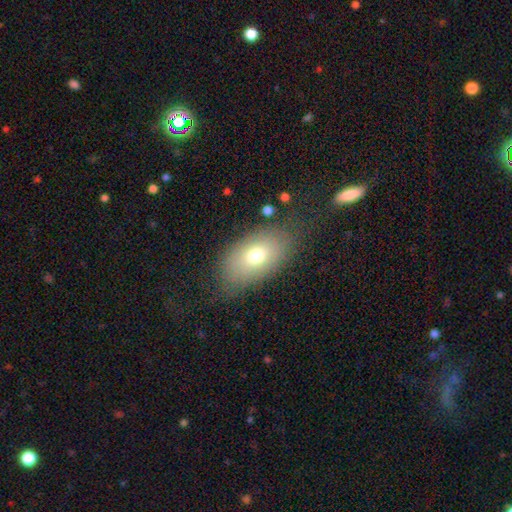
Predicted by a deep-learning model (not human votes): Overall: smooth (71%). How rounded: in between (90%). Merging: none (73%).